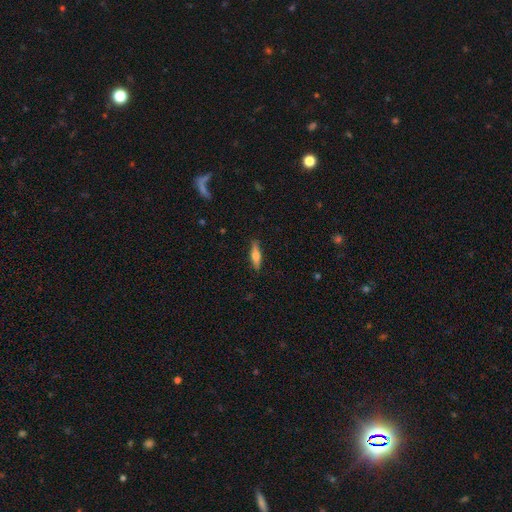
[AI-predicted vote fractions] smooth 59%, featured or disk 35%, star or artifact 6%. Down the decision tree: how rounded — cigar-shaped (67%); merging — none (87%).